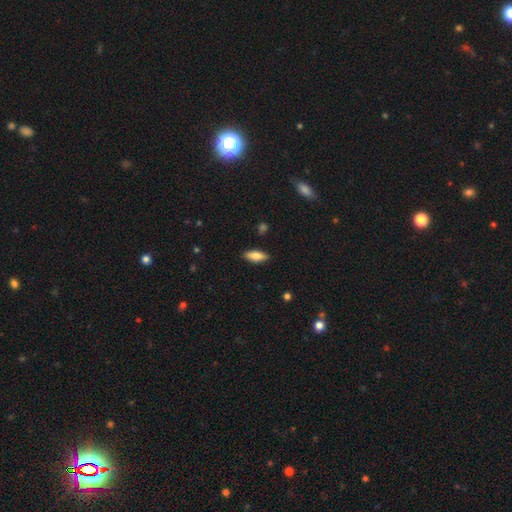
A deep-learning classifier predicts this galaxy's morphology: A smooth galaxy with no disk features (76%) that is in between round and cigar-shaped (73%). Merging: none (87%).